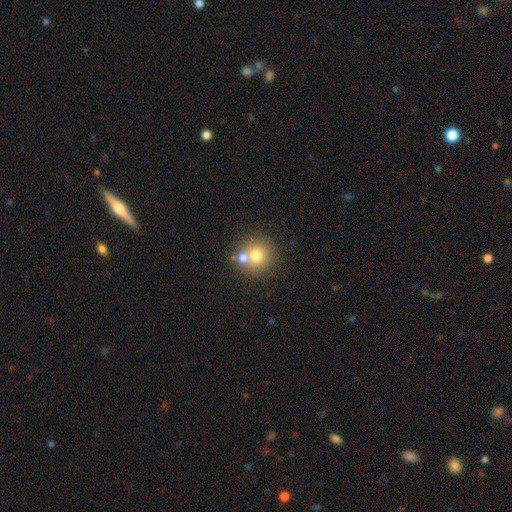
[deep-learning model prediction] This appears to be a smooth galaxy with no disk features (71%) that is round (90%). Merging: none (55%).